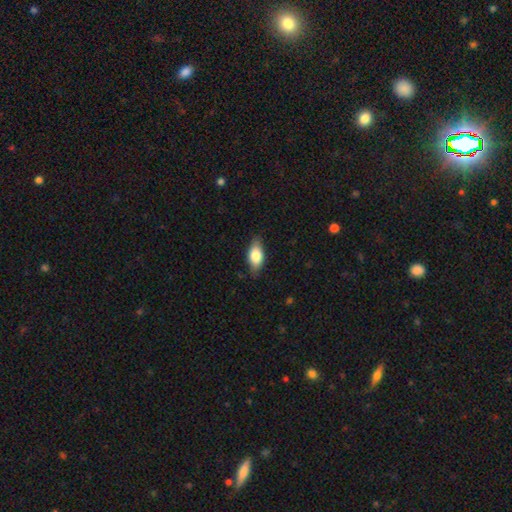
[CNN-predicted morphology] The model was most divided on "smooth or featured": smooth: 76%, featured or disk: 18%, star or artifact: 7%. More confident: how rounded — in between (87%); merging — none (81%).